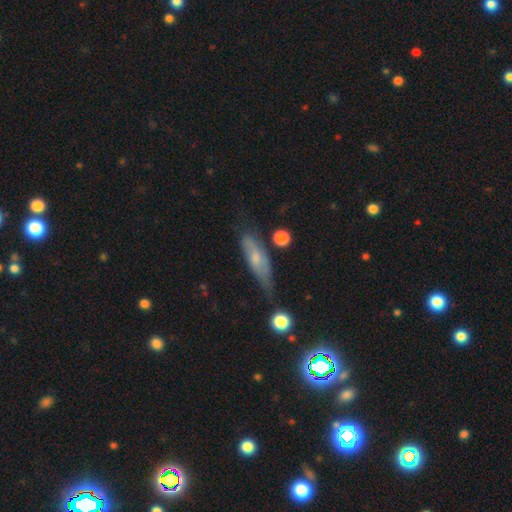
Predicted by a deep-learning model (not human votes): Smooth or featured? smooth (49%)
Merging? none (51%)